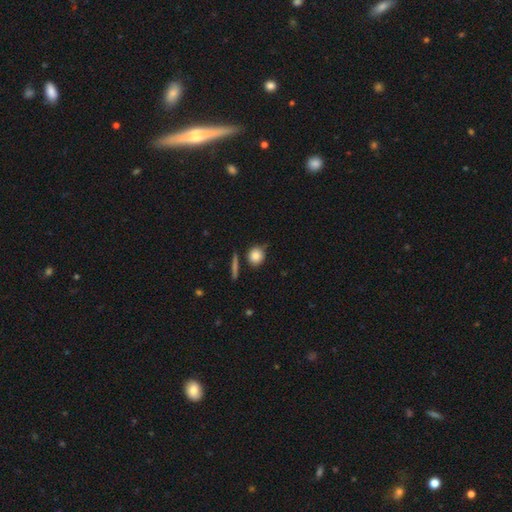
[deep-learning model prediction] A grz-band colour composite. It shows a smooth galaxy with no disk features (83%) that is round (84%). Merging: none (75%).